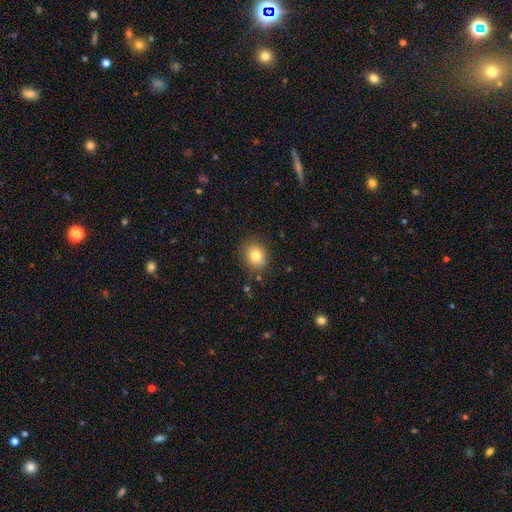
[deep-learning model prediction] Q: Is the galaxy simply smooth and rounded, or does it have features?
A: smooth — 81%.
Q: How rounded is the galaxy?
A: round — 63%.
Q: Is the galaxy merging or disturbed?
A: none — 84%.